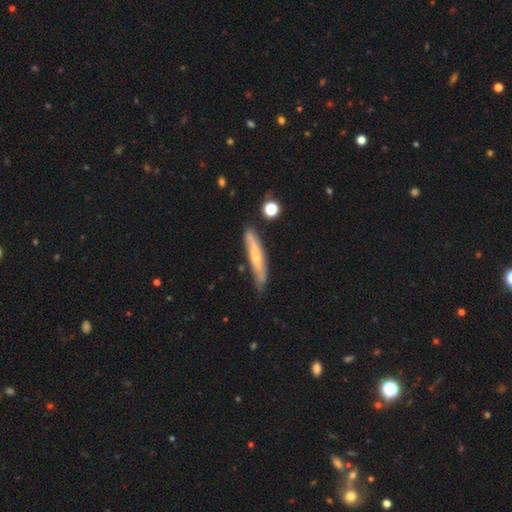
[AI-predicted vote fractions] smooth_or_featured: smooth (p=0.51) [alt: featured or disk p=0.43]
how_rounded: cigar-shaped (p=0.91) [alt: in between p=0.07]
merging: none (p=0.70) [alt: minor disturbance p=0.22]